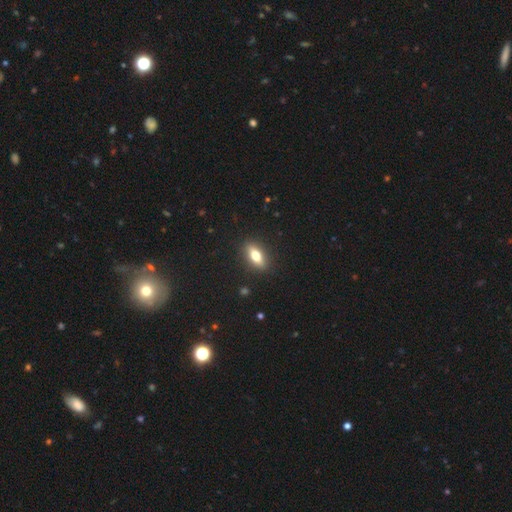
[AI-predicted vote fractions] A smooth galaxy with no disk features (65%) that is in between round and cigar-shaped (73%). Merging: none (89%).